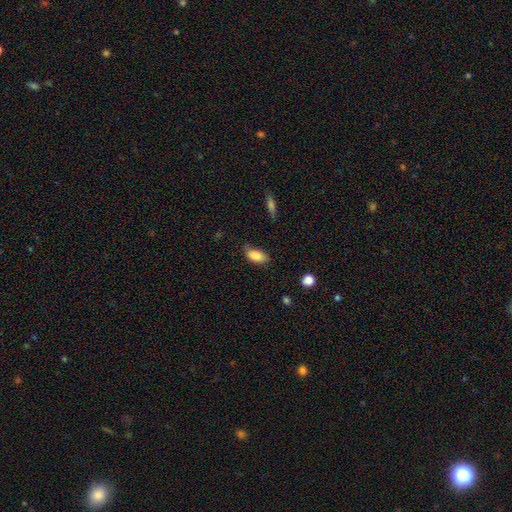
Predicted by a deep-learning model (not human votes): A smooth galaxy with no disk features (86%) that is in between round and cigar-shaped (91%).

Vote fractions:
- Smooth or featured? smooth: 86% / star or artifact: 7% / featured or disk: 6%
- How rounded? in between: 91% / cigar-shaped: 5% / round: 4%
- Merging? none: 63% / minor disturbance: 28% / major disturbance: 6% / merger: 2%